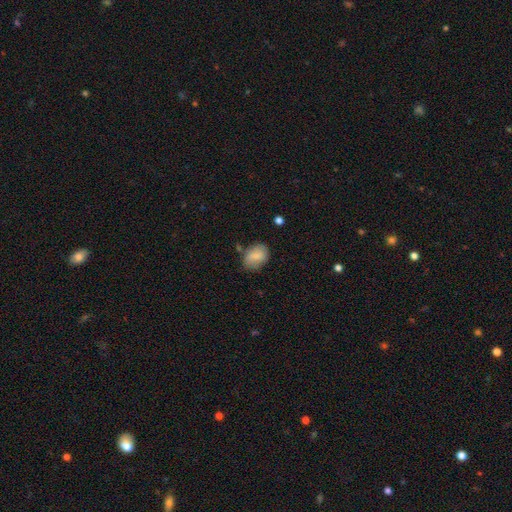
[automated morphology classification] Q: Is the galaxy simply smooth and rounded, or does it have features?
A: smooth — 80%.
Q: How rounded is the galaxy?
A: in between — 73%.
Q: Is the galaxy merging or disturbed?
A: none — 66%.